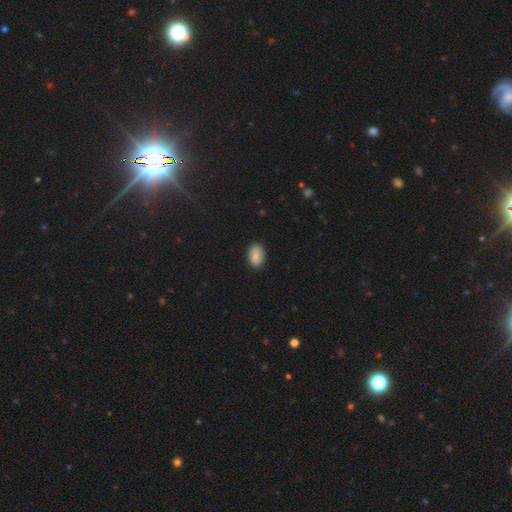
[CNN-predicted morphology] Smooth or featured: smooth — 85% (star or artifact — 8%)
How rounded: in between — 88% (round — 10%)
Merging: none — 85% (minor disturbance — 12%)